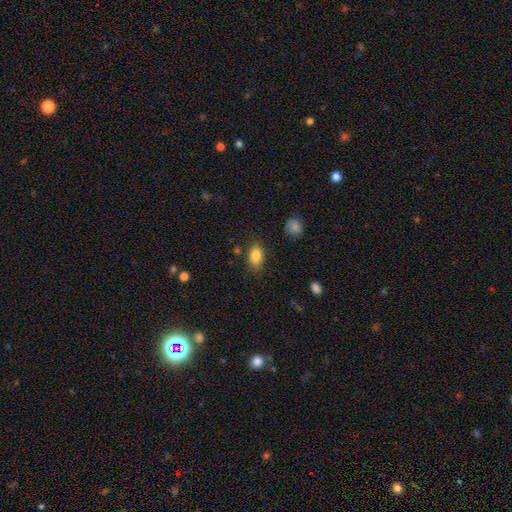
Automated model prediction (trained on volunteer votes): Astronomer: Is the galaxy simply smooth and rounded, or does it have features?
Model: smooth — 87%.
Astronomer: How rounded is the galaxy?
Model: in between — 89%.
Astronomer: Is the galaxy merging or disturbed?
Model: none — 76%.